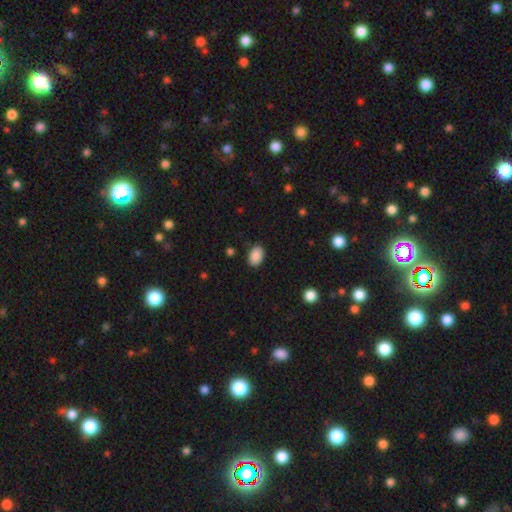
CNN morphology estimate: smooth_or_featured: smooth (p=0.90) [alt: star or artifact p=0.08]
how_rounded: in between (p=0.87) [alt: round p=0.12]
merging: none (p=0.88) [alt: minor disturbance p=0.09]